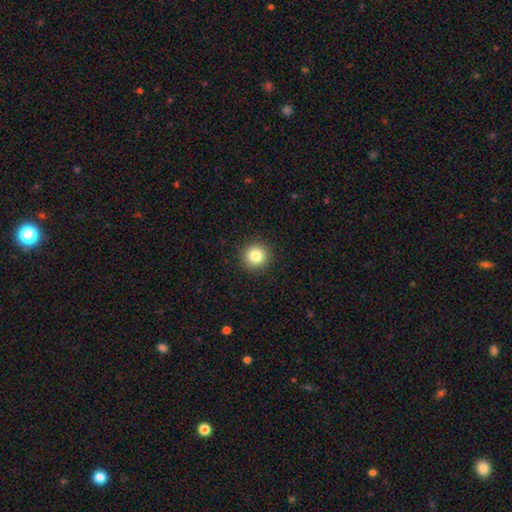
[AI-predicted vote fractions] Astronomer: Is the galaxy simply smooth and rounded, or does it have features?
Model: smooth — 83%.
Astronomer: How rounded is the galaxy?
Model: round — 95%.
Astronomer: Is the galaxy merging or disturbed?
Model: none — 92%.